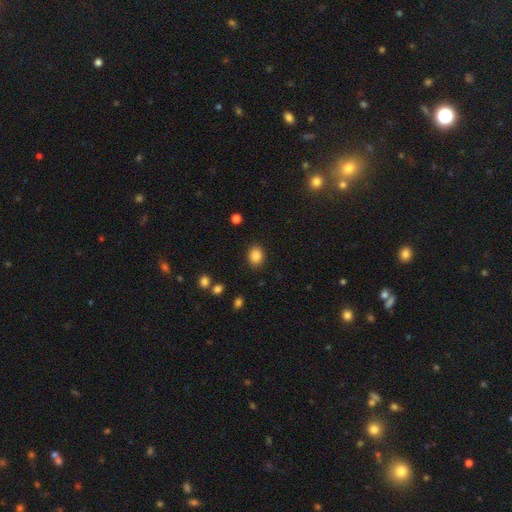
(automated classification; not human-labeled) Smooth or featured: smooth — 86% (star or artifact — 9%)
How rounded: in between — 55% (round — 44%)
Merging: none — 87% (minor disturbance — 9%)